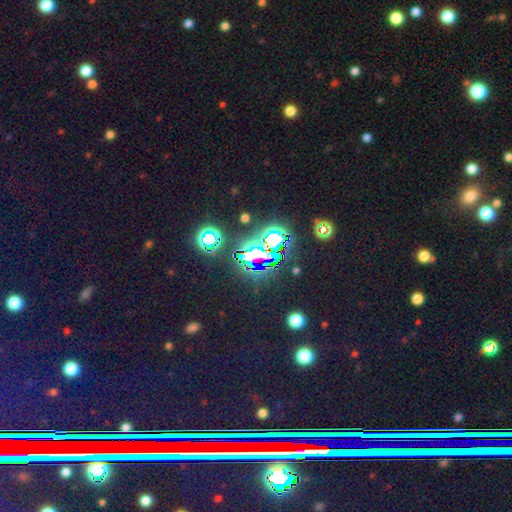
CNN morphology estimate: type=star or artifact (80%).